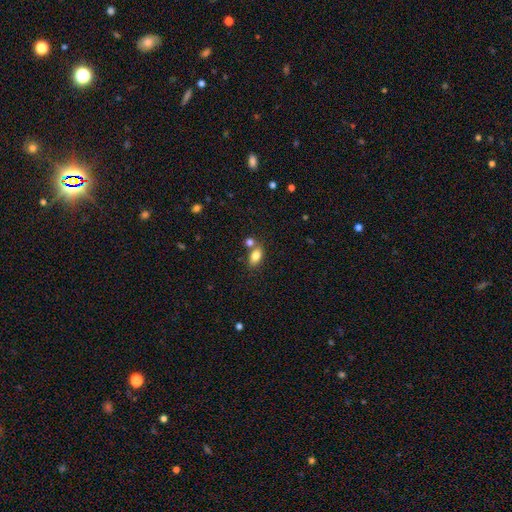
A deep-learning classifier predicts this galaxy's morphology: A smooth galaxy with no disk features (81%) that is in between round and cigar-shaped (86%). Merging: none (62%).